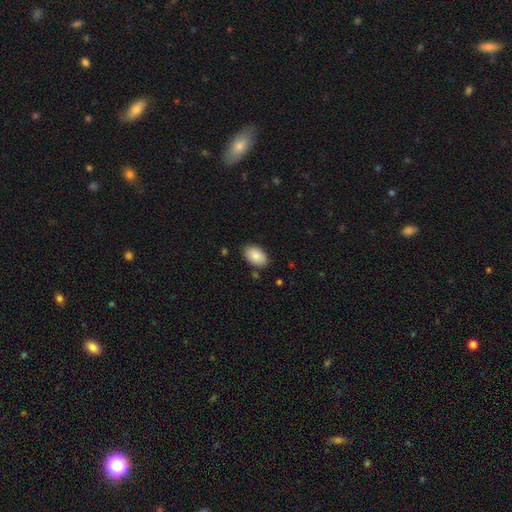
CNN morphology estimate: smooth-or-featured: smooth: 88% | star or artifact: 6% | featured or disk: 6%
  how-rounded: in between: 92% | round: 7% | cigar-shaped: 1%
  merging: none: 85% | minor disturbance: 11% | major disturbance: 2% | merger: 2%